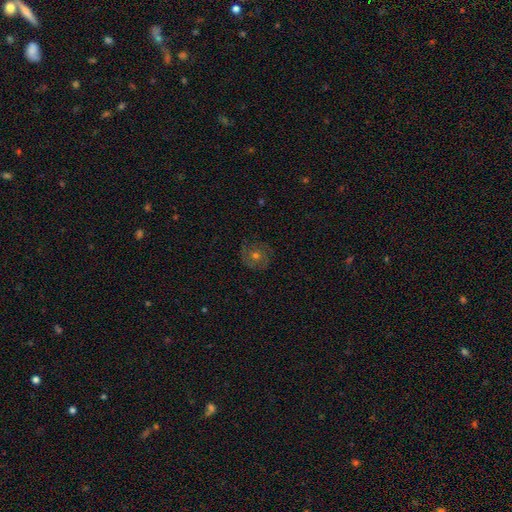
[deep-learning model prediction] smooth-or-featured: featured or disk: 65% | smooth: 21% | star or artifact: 13%
  disk-edge-on: no: 97% | yes: 3%
    bar: no: 80% | weak: 17% | strong: 4%
    has-spiral-arms: yes: 85% | no: 15%
      spiral-winding: tight: 61% | medium: 31% | loose: 8%
      spiral-arm-count: 2: 50% | can't tell: 26% | 3: 11% | 1: 6% | 4: 4% | more than 4: 4%
    bulge-size: moderate: 65% | small: 30% | large: 3% | none: 1% | dominant: 1%
  merging: none: 83% | minor disturbance: 12% | major disturbance: 5% | merger: 1%